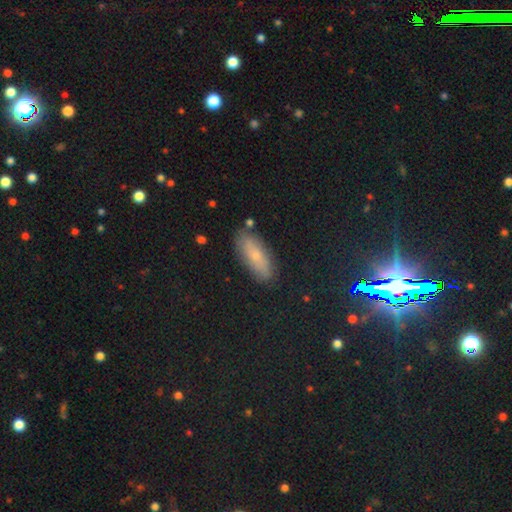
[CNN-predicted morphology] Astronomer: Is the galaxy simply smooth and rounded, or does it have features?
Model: smooth — 63%.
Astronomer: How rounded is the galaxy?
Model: in between — 71%.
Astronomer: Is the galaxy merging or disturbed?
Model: none — 82%.